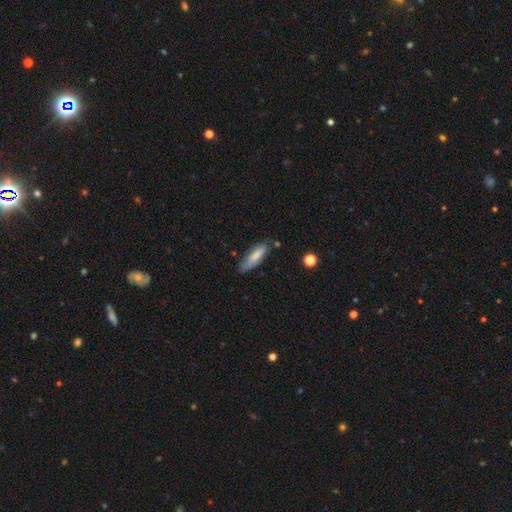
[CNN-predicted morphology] A smooth galaxy with no disk features (78%) that is cigar-shaped (60%). Merging: none (73%).